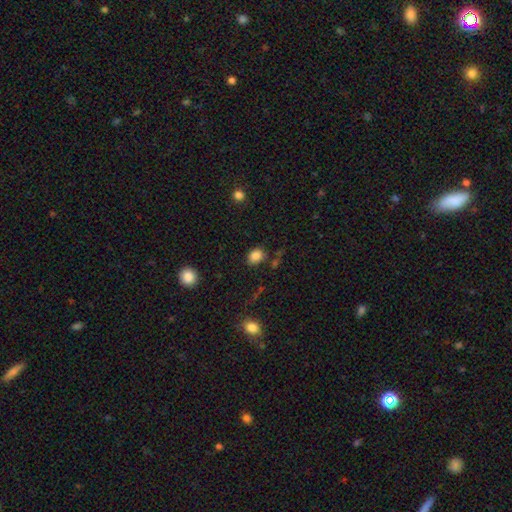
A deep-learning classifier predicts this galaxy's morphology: The model was most divided on "how rounded": in between: 57%, round: 42%, cigar-shaped: 1%. More confident: smooth or featured — smooth (84%); merging — none (76%).